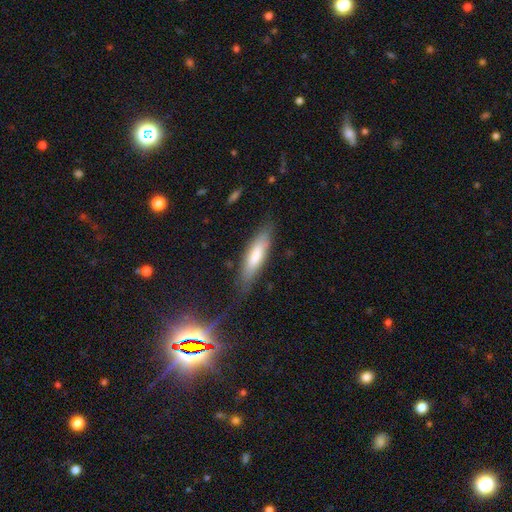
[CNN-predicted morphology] type=smooth (70%); roundness=cigar-shaped (61%); merging=none (70%).